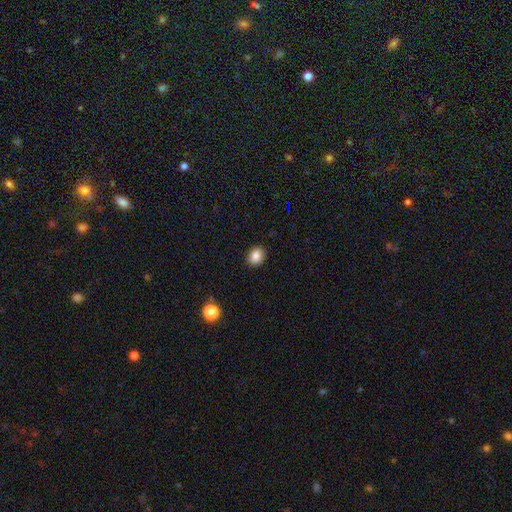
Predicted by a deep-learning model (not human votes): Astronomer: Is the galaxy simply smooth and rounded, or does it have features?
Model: smooth — 85%.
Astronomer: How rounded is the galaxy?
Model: in between — 56% (runner-up: round, 43%).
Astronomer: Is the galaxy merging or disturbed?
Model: none — 90%.